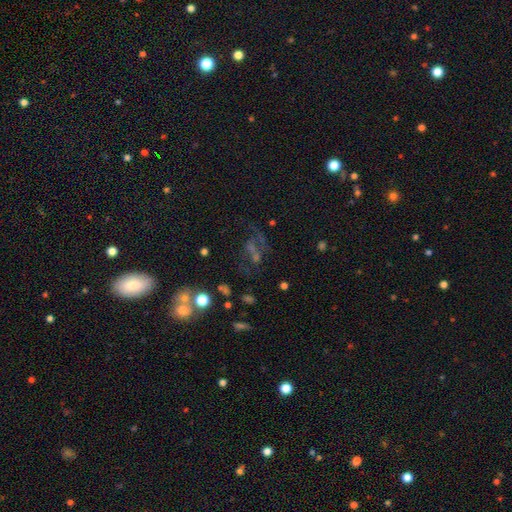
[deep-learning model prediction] Smooth or featured? Predicted: star or artifact (p=0.38).